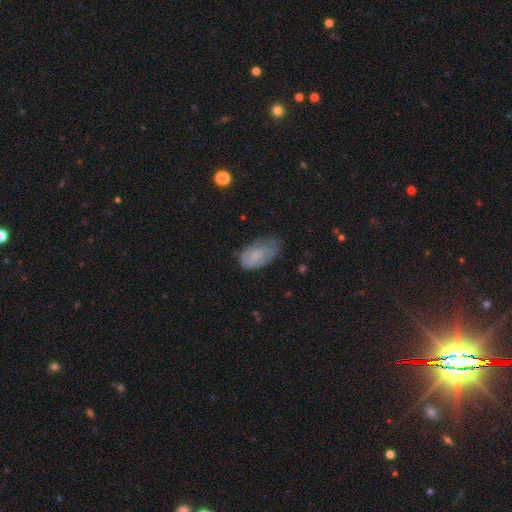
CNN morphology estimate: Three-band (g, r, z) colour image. It shows a smooth galaxy with no disk features (61%) that is in between round and cigar-shaped (93%). Merging: none (46%).